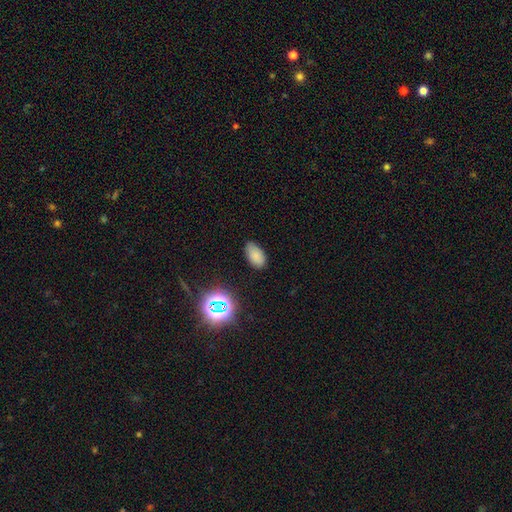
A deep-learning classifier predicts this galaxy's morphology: Smooth or featured? smooth (76%)
How rounded? in between (93%)
Merging? none (75%)